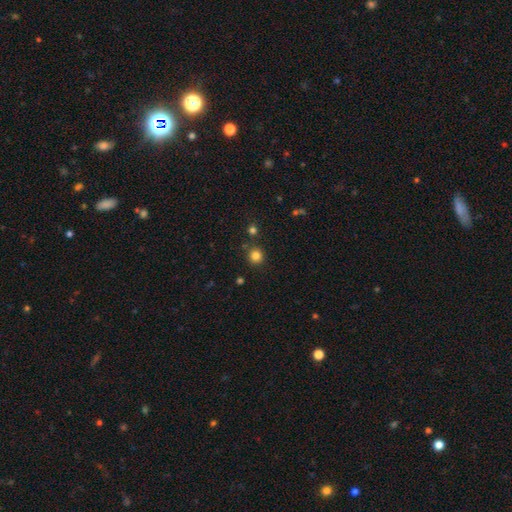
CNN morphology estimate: Smooth or featured? smooth (82%)
How rounded? round (92%)
Merging? none (84%)